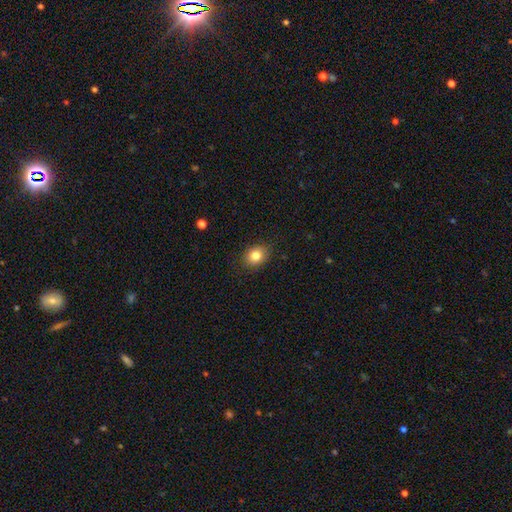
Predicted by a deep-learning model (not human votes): smooth 82%, star or artifact 10%, featured or disk 8%. Down the decision tree: how rounded — in between (54%); merging — none (86%).